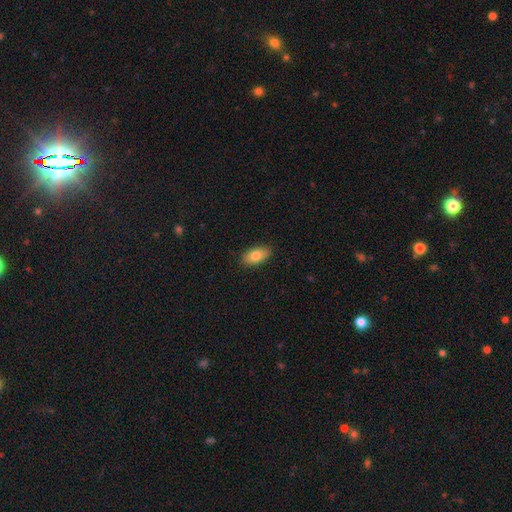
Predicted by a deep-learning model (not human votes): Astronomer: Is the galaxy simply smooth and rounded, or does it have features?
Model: smooth — 82%.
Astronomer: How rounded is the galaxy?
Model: in between — 92%.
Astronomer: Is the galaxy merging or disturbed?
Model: none — 88%.